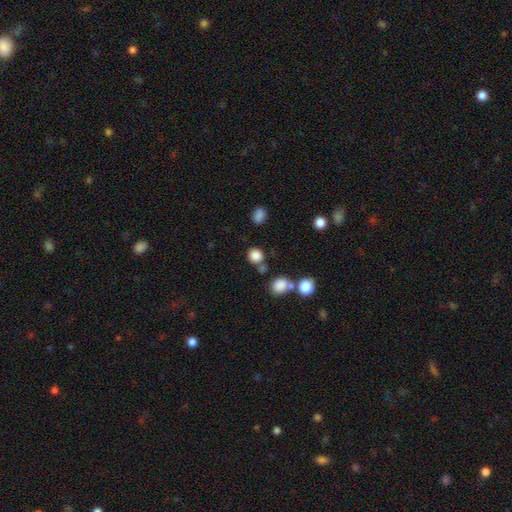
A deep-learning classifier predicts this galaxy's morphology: type=smooth (83%); roundness=round (84%); merging=none (72%).